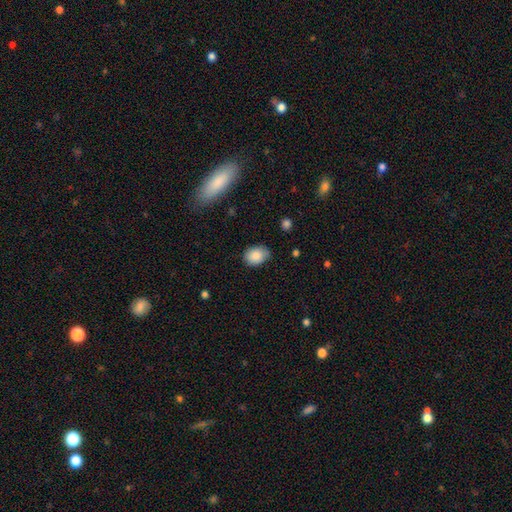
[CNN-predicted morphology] This is clearly a smooth galaxy (86%). How rounded: likely in between (66%). Merging: likely none (73%).